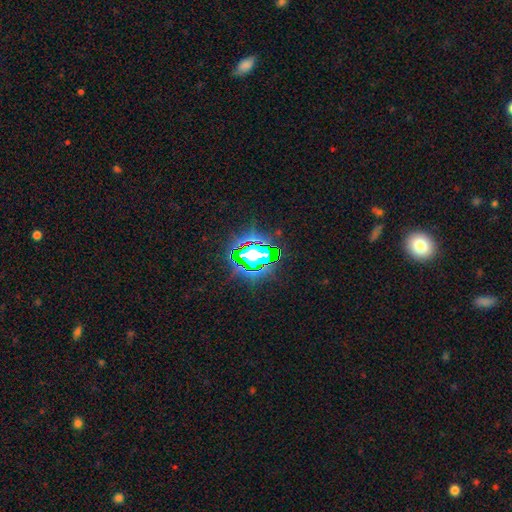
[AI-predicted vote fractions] star or artifact 80%, smooth 12%, featured or disk 8%.